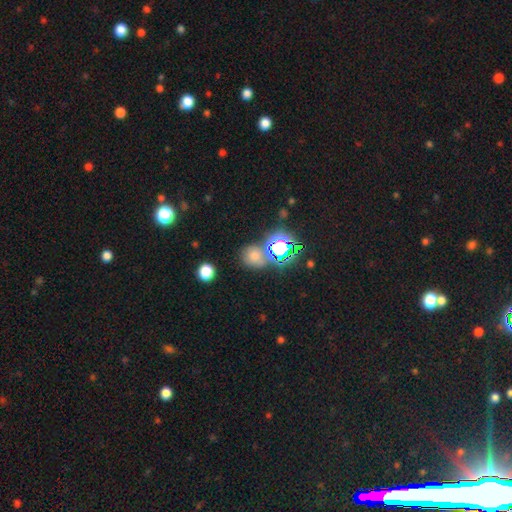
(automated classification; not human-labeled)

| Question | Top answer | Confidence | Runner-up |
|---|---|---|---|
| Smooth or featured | star or artifact | 46% | smooth (45%) |